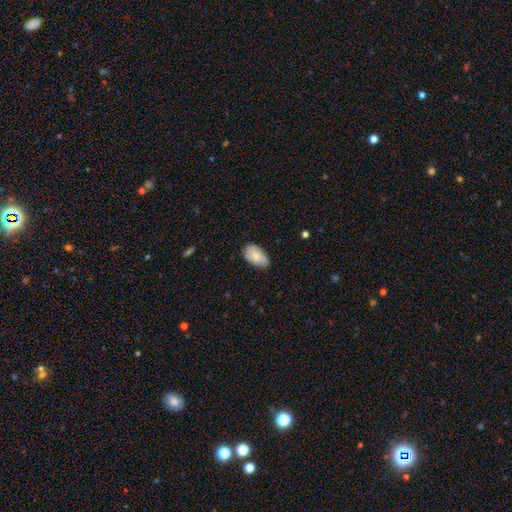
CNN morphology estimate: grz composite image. It shows a smooth galaxy with no disk features (80%) that is in between round and cigar-shaped (93%). Merging: none (66%).